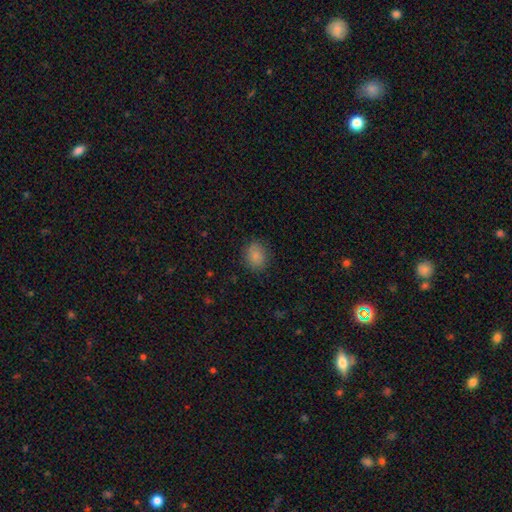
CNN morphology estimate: Smooth or featured? Predicted: smooth (p=0.85). How rounded? Predicted: round (p=0.59). Merging? Predicted: none (p=0.85).